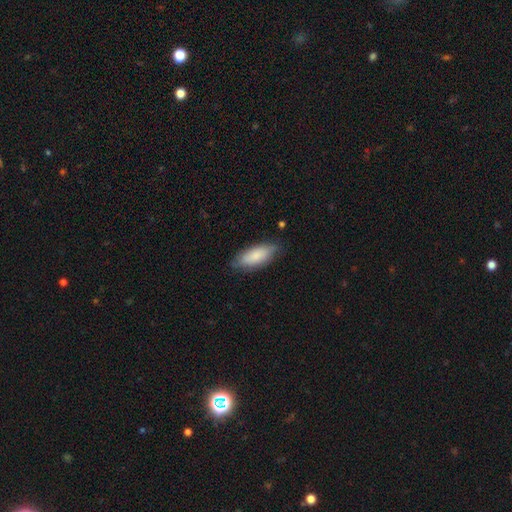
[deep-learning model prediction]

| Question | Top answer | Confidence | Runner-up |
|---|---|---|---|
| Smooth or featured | smooth | 82% | featured or disk (12%) |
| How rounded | in between | 81% | cigar-shaped (18%) |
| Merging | none | 75% | minor disturbance (21%) |